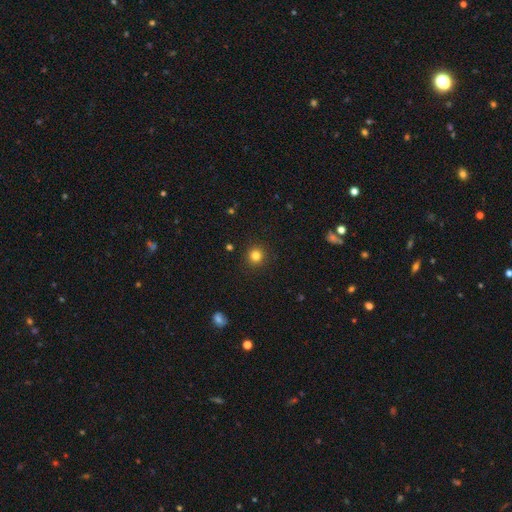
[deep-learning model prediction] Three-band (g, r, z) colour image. It shows a smooth galaxy with no disk features (82%) that is round (94%). Merging: none (92%).